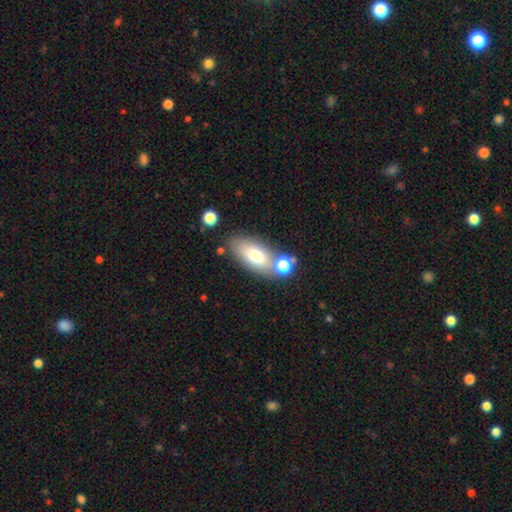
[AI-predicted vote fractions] Smooth or featured? smooth (73%)
How rounded? in between (86%)
Merging? none (68%)